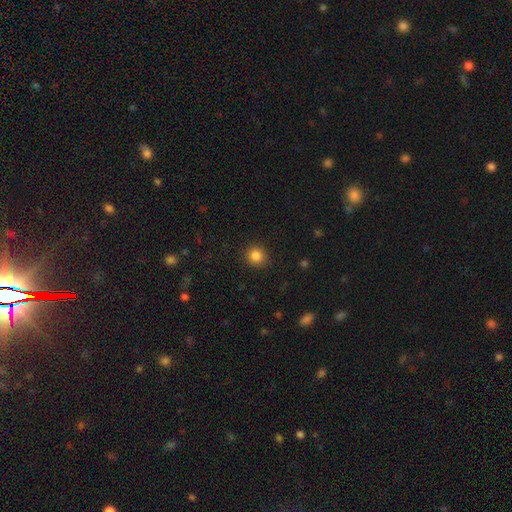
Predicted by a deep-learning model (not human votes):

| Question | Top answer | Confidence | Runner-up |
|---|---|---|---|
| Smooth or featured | smooth | 85% | star or artifact (11%) |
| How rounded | round | 90% | in between (9%) |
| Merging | none | 89% | minor disturbance (7%) |